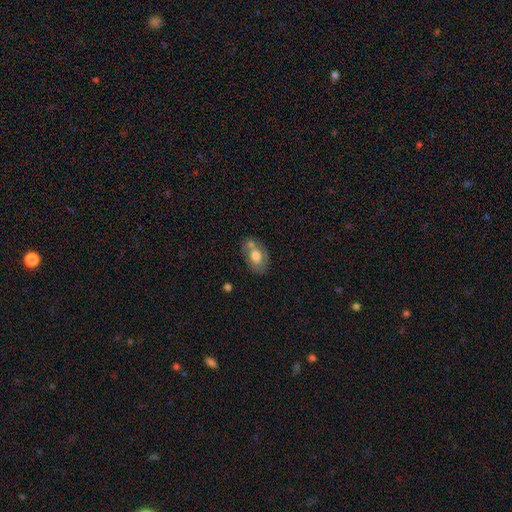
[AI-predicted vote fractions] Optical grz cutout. It shows a smooth galaxy with no disk features (64%) that is in between round and cigar-shaped (84%). Merging: none (49%).